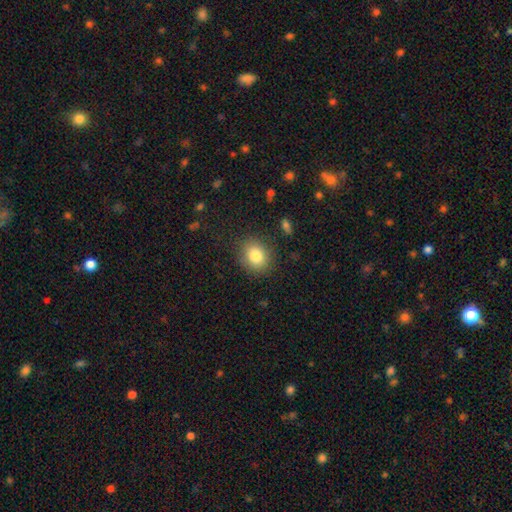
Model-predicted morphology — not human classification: This appears to be a smooth galaxy with no disk features (81%) that is round (65%). Merging: none (86%).